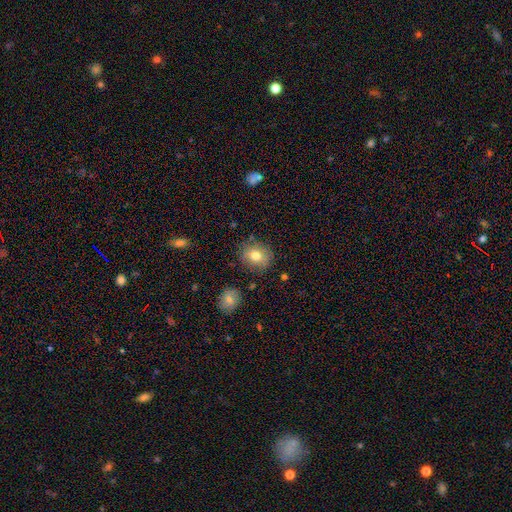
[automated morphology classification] Q: Smooth or featured?
A: smooth (75%); runner-up: featured or disk (15%)
Q: How rounded?
A: round (64%); runner-up: in between (35%)
Q: Merging?
A: none (81%); runner-up: minor disturbance (13%)